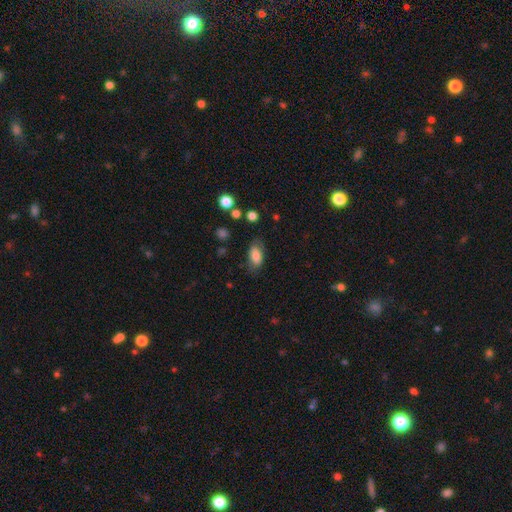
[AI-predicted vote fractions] Smooth or featured? smooth (75%)
How rounded? in between (88%)
Merging? none (72%)